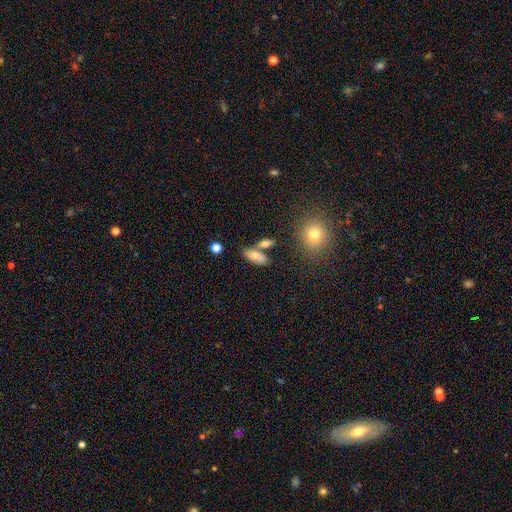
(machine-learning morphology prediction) Smooth or featured? smooth (74%)
How rounded? in between (78%)
Merging? none (57%)